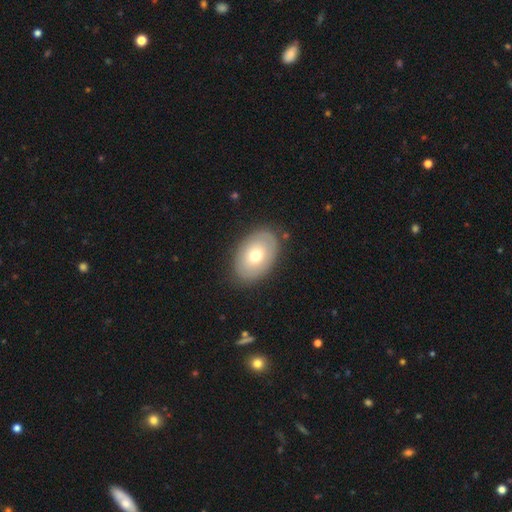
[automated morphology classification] A smooth galaxy with no disk features (64%) that is in between round and cigar-shaped (84%). Merging: none (84%).